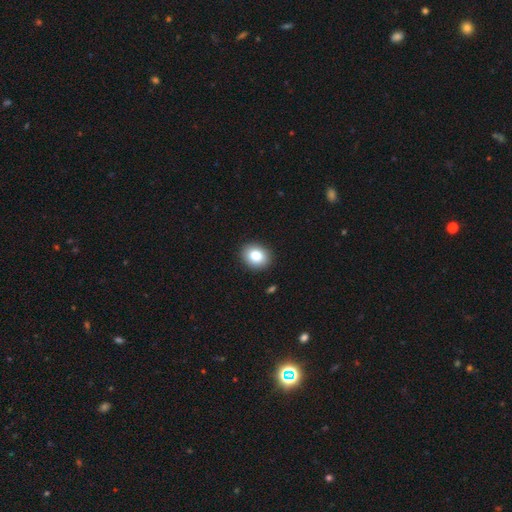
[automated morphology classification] Overall: smooth (83%). How rounded: round (54%; in between 46%). Merging: none (91%).